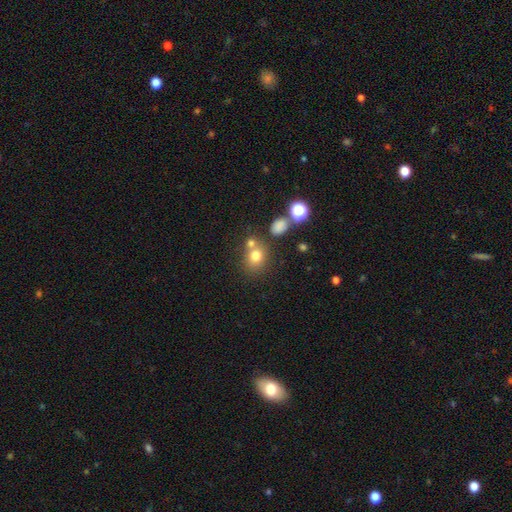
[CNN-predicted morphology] The model was most divided on "merging": none: 55%, merger: 29%, minor disturbance: 11%, major disturbance: 5%. More confident: smooth or featured — smooth (74%); how rounded — round (66%).